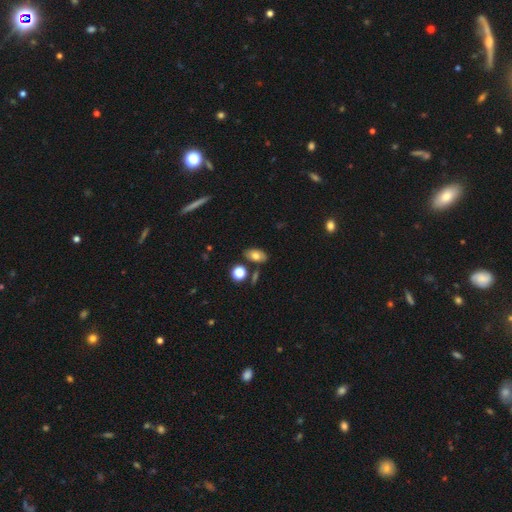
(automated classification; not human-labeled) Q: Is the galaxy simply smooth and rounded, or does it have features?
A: smooth — 72%.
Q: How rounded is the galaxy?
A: in between — 88%.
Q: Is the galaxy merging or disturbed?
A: none — 77%.